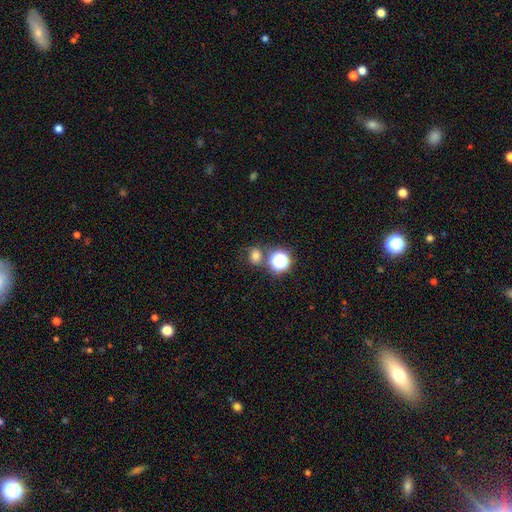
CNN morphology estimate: Smooth or featured: smooth — 67% (star or artifact — 23%)
How rounded: round — 71% (in between — 28%)
Merging: none — 64% (merger — 16%)